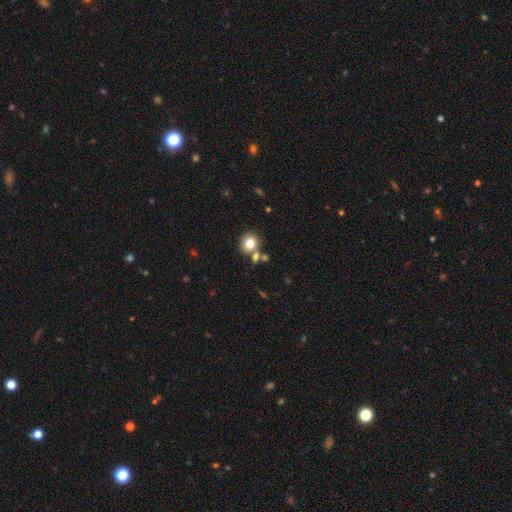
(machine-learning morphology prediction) smooth_or_featured: smooth (p=0.77) [alt: star or artifact p=0.13]
how_rounded: round (p=0.80) [alt: in between p=0.19]
merging: none (p=0.67) [alt: merger p=0.20]